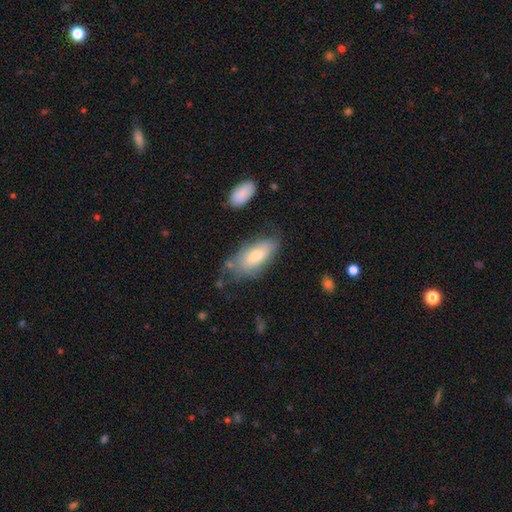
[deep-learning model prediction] smooth-or-featured: smooth: 66% | featured or disk: 27% | star or artifact: 7%
  how-rounded: in between: 86% | cigar-shaped: 11% | round: 3%
  merging: none: 59% | minor disturbance: 26% | major disturbance: 10% | merger: 5%